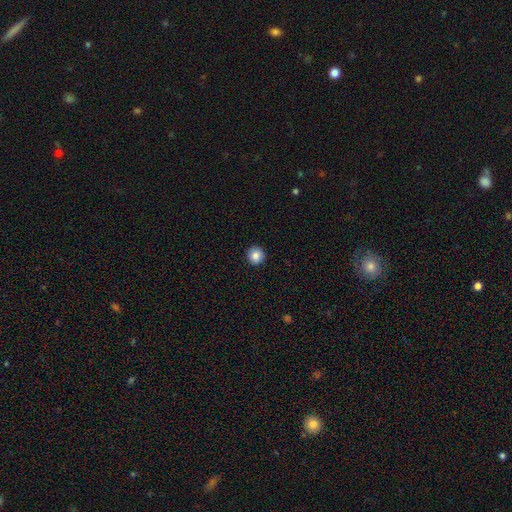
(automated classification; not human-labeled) A smooth galaxy with no disk features (86%) that is round (94%).

Vote fractions:
- Smooth or featured? smooth: 86% / star or artifact: 9% / featured or disk: 5%
- How rounded? round: 94% / in between: 5% / cigar-shaped: 1%
- Merging? none: 92% / minor disturbance: 5% / major disturbance: 2% / merger: 1%